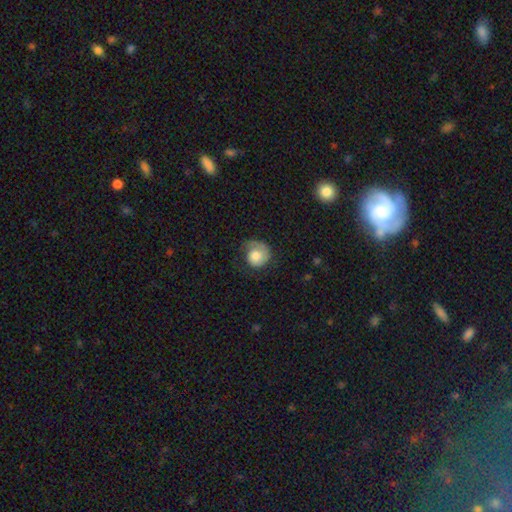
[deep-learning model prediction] smooth-or-featured: smooth: 58% | featured or disk: 35% | star or artifact: 7%
  how-rounded: round: 81% | in between: 18% | cigar-shaped: 1%
  merging: none: 52% | minor disturbance: 24% | major disturbance: 22% | merger: 2%